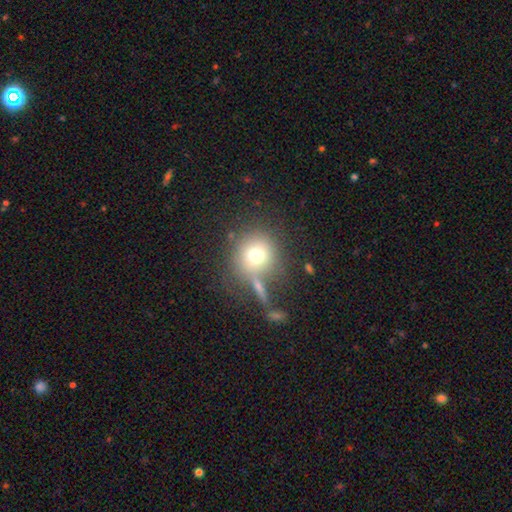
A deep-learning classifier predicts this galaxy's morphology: Smooth or featured? smooth (72%)
How rounded? round (88%)
Merging? none (66%)